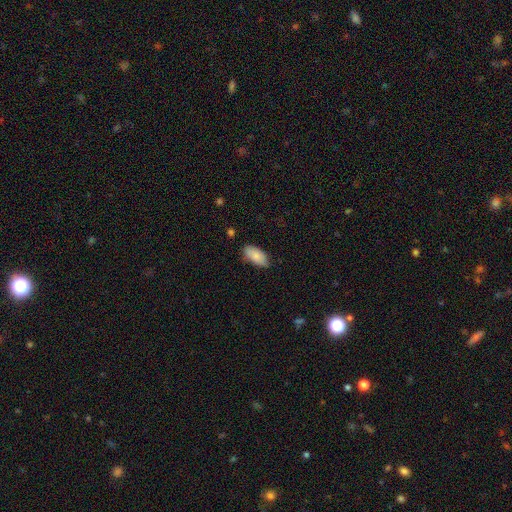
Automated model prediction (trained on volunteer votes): Smooth or featured: smooth — 83% (featured or disk — 10%)
How rounded: in between — 93% (cigar-shaped — 5%)
Merging: none — 78% (minor disturbance — 18%)